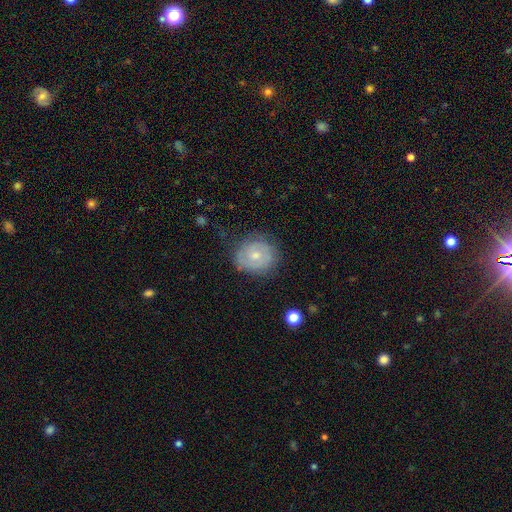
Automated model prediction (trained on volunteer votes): This appears to be a featured or disk galaxy (54%) with no bar (79%), spiral arms (72%) and a moderate central bulge (51%). Merging: none (75%).